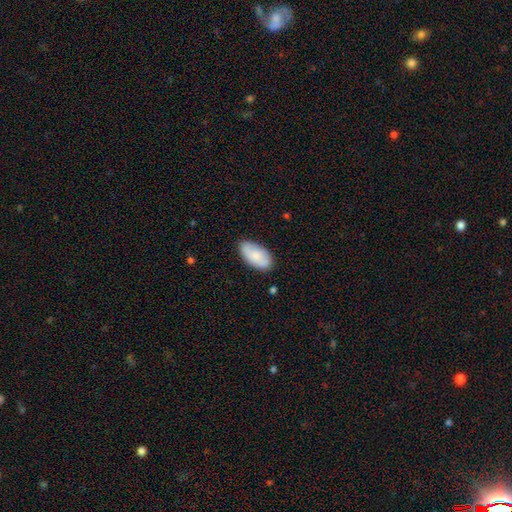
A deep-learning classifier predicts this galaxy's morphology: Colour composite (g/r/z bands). It shows a smooth galaxy with no disk features (76%) that is in between round and cigar-shaped (95%). Merging: none (80%).